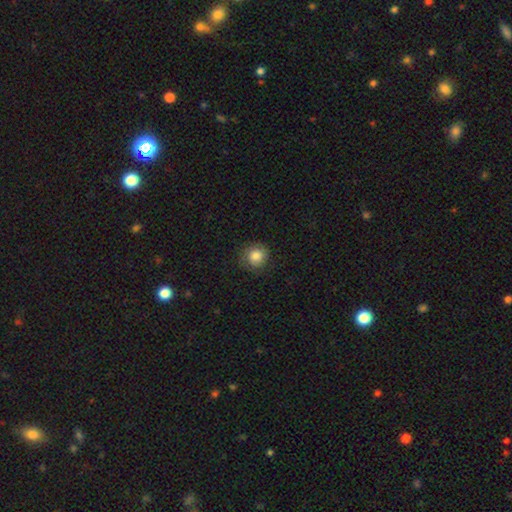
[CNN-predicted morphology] A smooth galaxy with no disk features (82%) that is round (88%).

Vote fractions:
- Smooth or featured? smooth: 82% / featured or disk: 9% / star or artifact: 9%
- How rounded? round: 88% / in between: 11% / cigar-shaped: 1%
- Merging? none: 81% / minor disturbance: 14% / major disturbance: 4% / merger: 1%